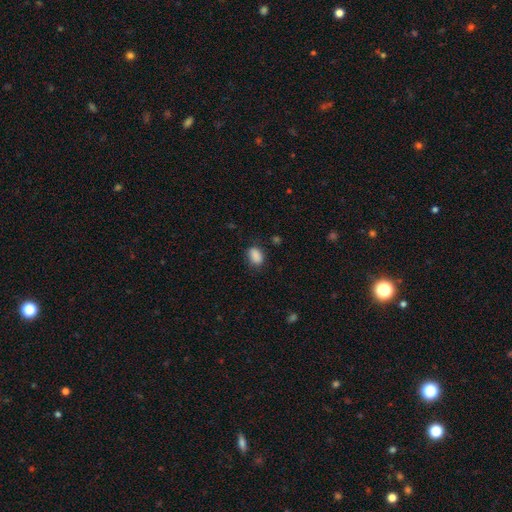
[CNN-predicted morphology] Smooth or featured? Predicted: smooth (p=0.87). How rounded? Predicted: in between (p=0.82). Merging? Predicted: none (p=0.75).